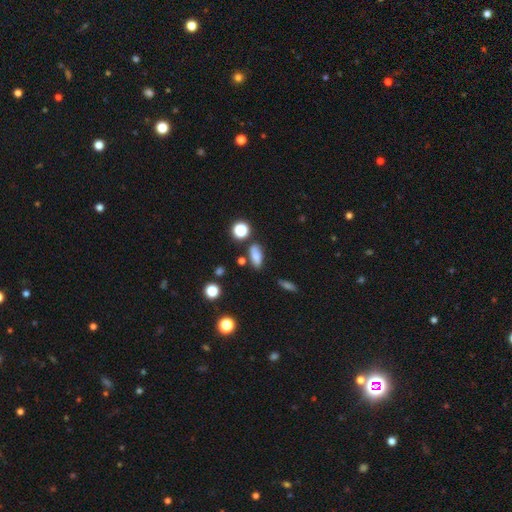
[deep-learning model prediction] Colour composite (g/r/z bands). It shows a smooth galaxy with no disk features (76%) that is in between round and cigar-shaped (80%). Merging: none (72%).